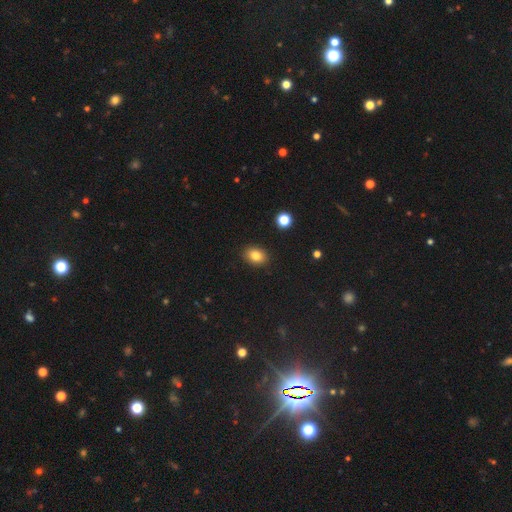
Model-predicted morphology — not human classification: A smooth galaxy with no disk features (82%) that is in between round and cigar-shaped (69%).

Vote fractions:
- Smooth or featured? smooth: 82% / star or artifact: 10% / featured or disk: 7%
- How rounded? in between: 69% / round: 29% / cigar-shaped: 1%
- Merging? none: 89% / minor disturbance: 8% / major disturbance: 2% / merger: 1%